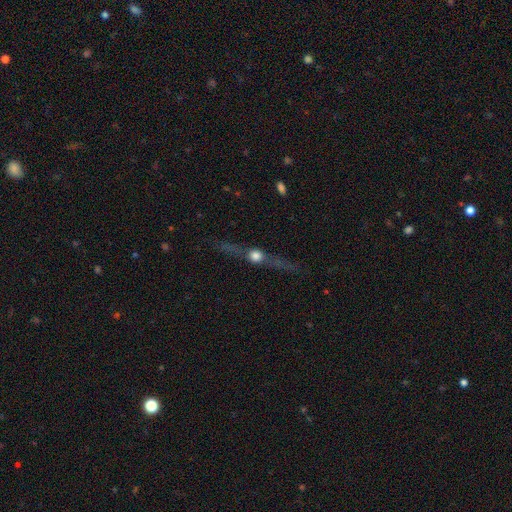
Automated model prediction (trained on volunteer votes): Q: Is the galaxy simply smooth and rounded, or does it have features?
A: featured or disk — 73%.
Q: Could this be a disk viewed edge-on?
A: yes — 93%.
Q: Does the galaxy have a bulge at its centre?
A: rounded — 96%.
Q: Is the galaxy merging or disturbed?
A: none — 83%.